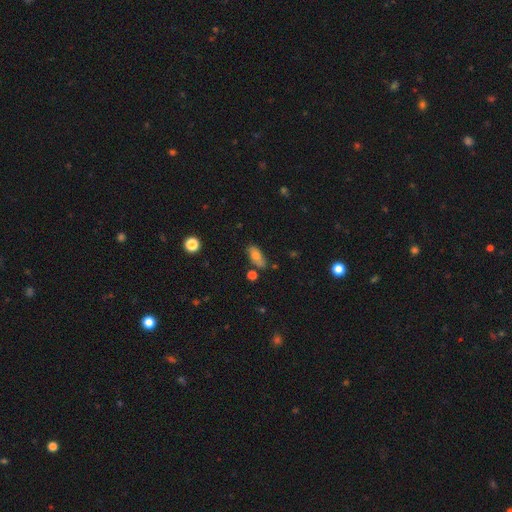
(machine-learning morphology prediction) Overall: smooth (72%). How rounded: in between (83%). Merging: none (70%).